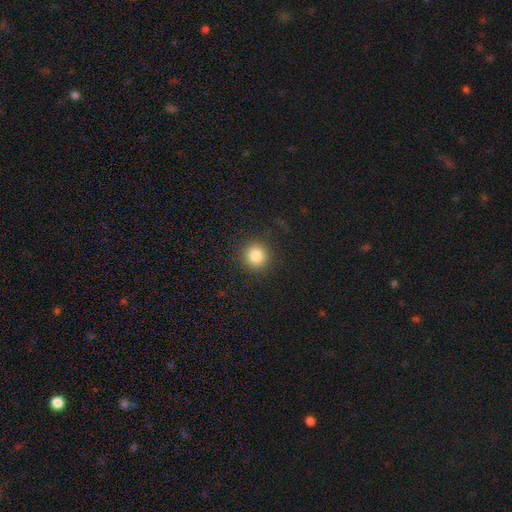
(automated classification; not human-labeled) The model was most divided on "smooth or featured": smooth: 83%, star or artifact: 11%, featured or disk: 5%. More confident: how rounded — round (92%); merging — none (89%).